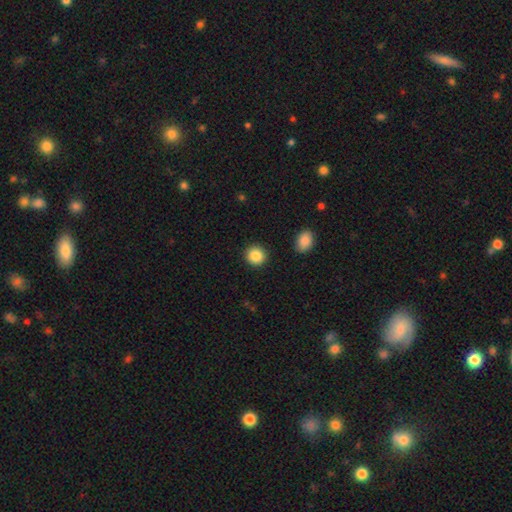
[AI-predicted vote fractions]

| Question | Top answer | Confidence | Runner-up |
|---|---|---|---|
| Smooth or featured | smooth | 87% | star or artifact (8%) |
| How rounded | round | 90% | in between (9%) |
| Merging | none | 91% | minor disturbance (5%) |